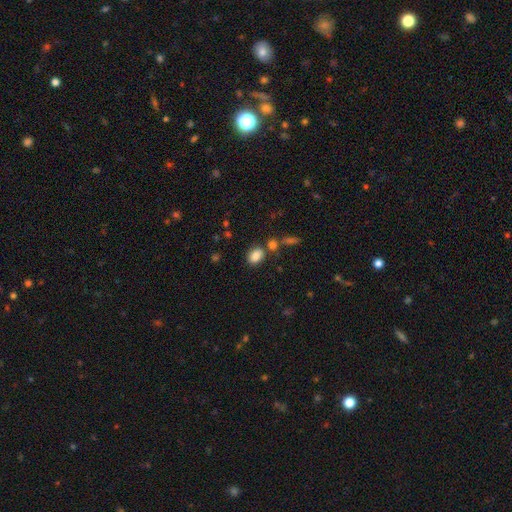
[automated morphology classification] A smooth galaxy with no disk features (85%) that is in between round and cigar-shaped (76%). Merging: none (66%).